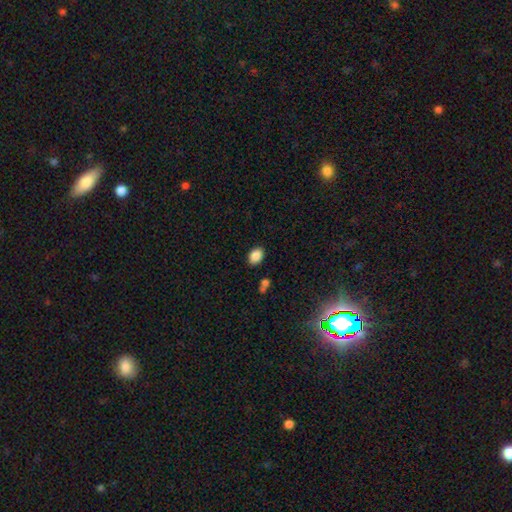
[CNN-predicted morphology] A smooth galaxy with no disk features (87%) that is in between round and cigar-shaped (76%).

Vote fractions:
- Smooth or featured? smooth: 87% / star or artifact: 9% / featured or disk: 4%
- How rounded? in between: 76% / round: 23% / cigar-shaped: 1%
- Merging? none: 85% / minor disturbance: 9% / merger: 3% / major disturbance: 3%